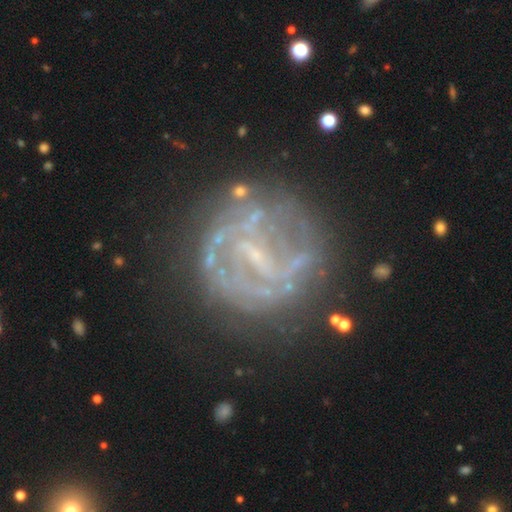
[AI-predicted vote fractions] A featured or disk galaxy (75%) with a weak bar (42%), spiral arms (55%) and a small central bulge (47%). Merging: none (68%).